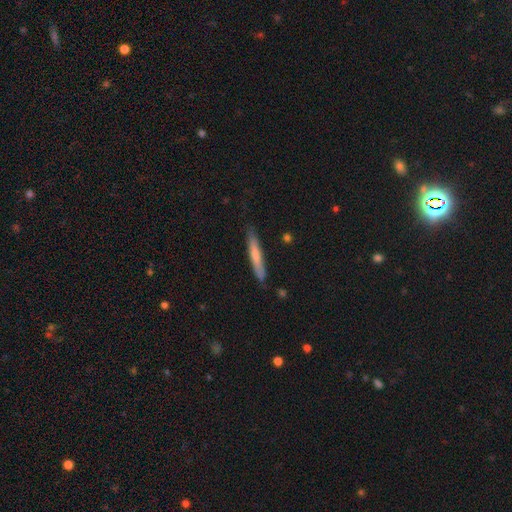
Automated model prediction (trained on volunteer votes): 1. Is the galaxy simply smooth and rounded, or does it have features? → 67% smooth, 28% featured or disk, 5% star or artifact.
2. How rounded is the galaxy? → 95% cigar-shaped, 4% in between, 1% round.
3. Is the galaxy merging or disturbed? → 83% none, 13% minor disturbance, 2% major disturbance, 2% merger.